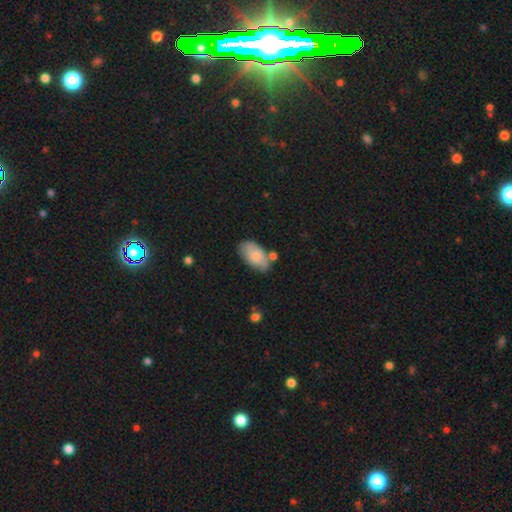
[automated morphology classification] type=smooth (67%); roundness=in between (94%); merging=none (55%).